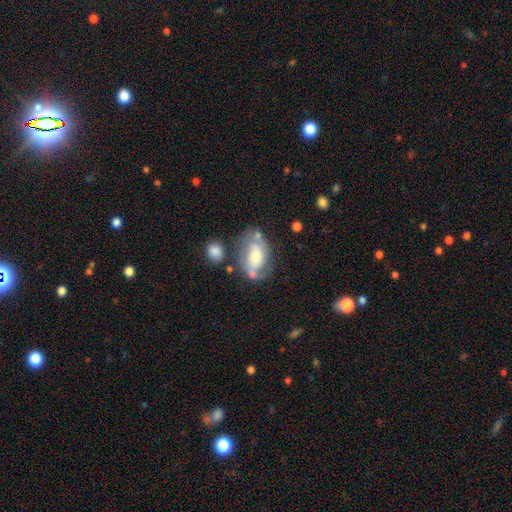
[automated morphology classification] Overall: featured or disk (53%; smooth 39%). Edge-on disk: no (94%). Merging: none (51%; minor disturbance 23%).